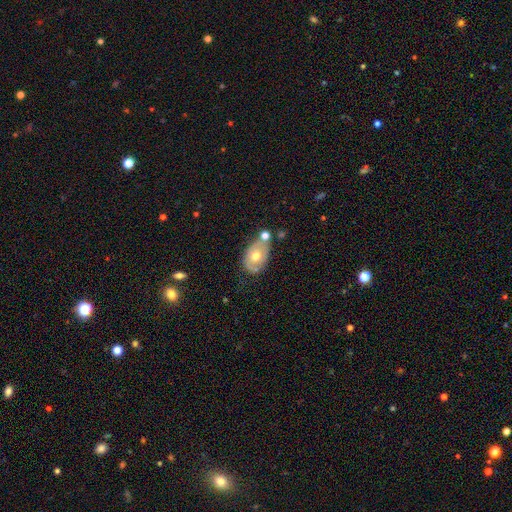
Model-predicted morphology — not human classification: Smooth or featured? Predicted: smooth (p=0.50). Merging? Predicted: none (p=0.44).